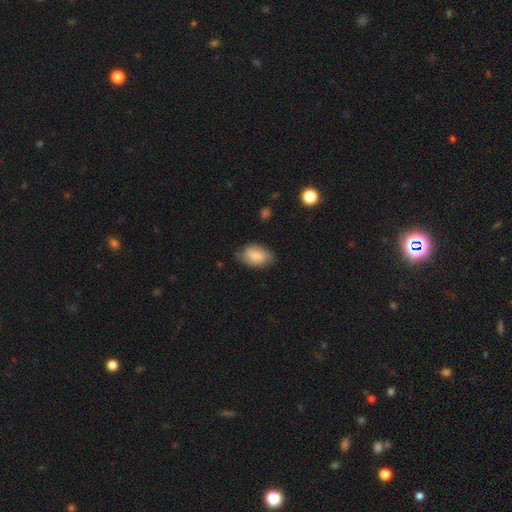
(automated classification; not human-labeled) Smooth or featured? Predicted: smooth (p=0.75). How rounded? Predicted: in between (p=0.89). Merging? Predicted: none (p=0.71).